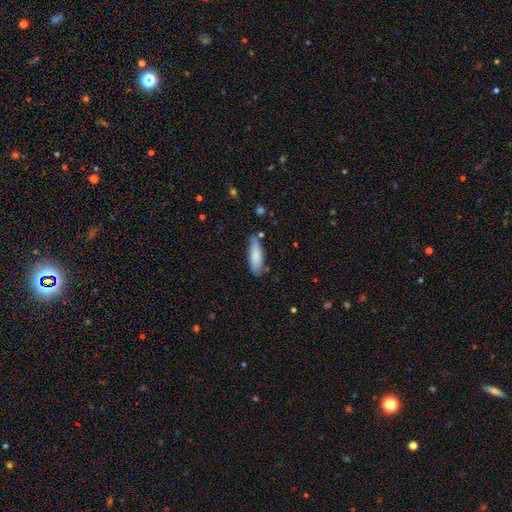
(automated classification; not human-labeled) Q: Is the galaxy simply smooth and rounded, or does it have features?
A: smooth — 80%.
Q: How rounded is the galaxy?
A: in between — 58%.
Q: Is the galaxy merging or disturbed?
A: none — 67%.